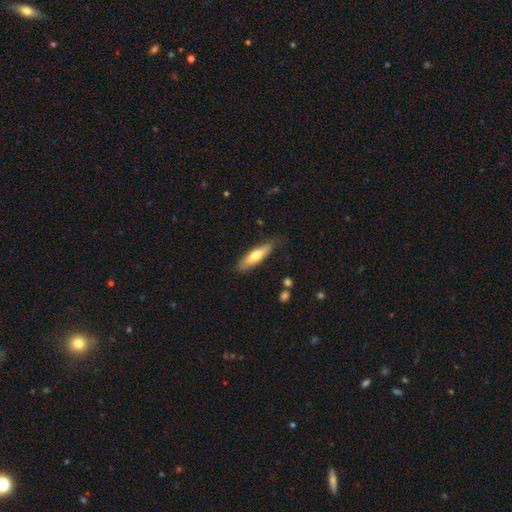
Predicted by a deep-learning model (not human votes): smooth-or-featured: smooth: 60% | featured or disk: 35% | star or artifact: 5%
  how-rounded: cigar-shaped: 72% | in between: 27% | round: 2%
  merging: none: 83% | minor disturbance: 13% | major disturbance: 2% | merger: 2%